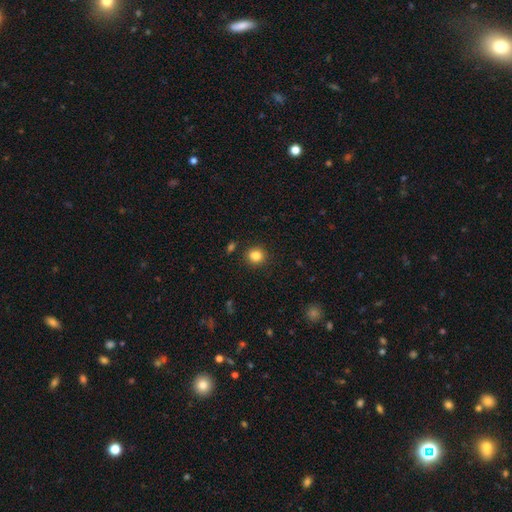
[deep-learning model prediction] This appears to be a smooth galaxy with no disk features (84%) that is round (85%). Merging: none (89%).